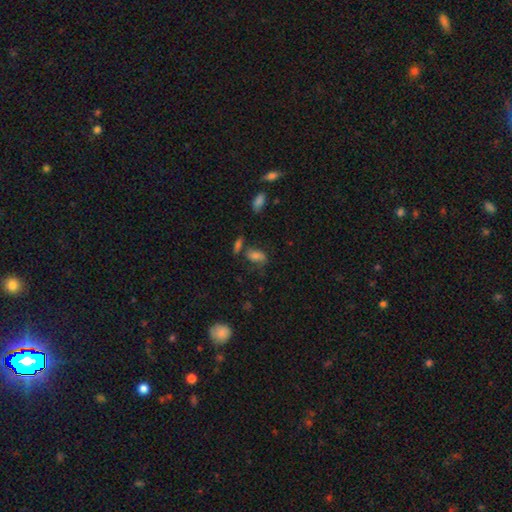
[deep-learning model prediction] Smooth or featured? smooth (62%)
How rounded? in between (84%)
Merging? none (48%)